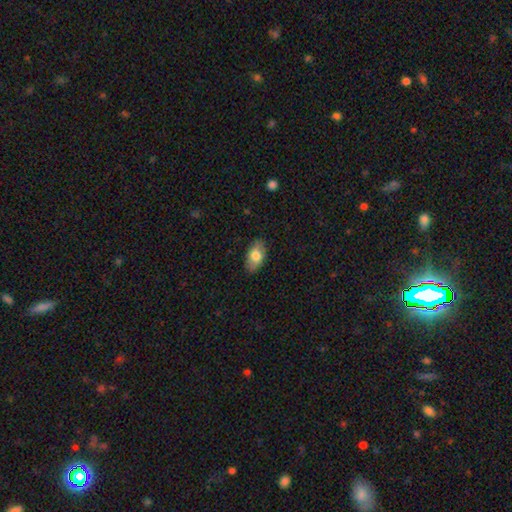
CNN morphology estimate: smooth-or-featured: smooth: 75% | featured or disk: 18% | star or artifact: 7%
  how-rounded: in between: 92% | round: 6% | cigar-shaped: 3%
  merging: none: 85% | minor disturbance: 12% | major disturbance: 2% | merger: 1%